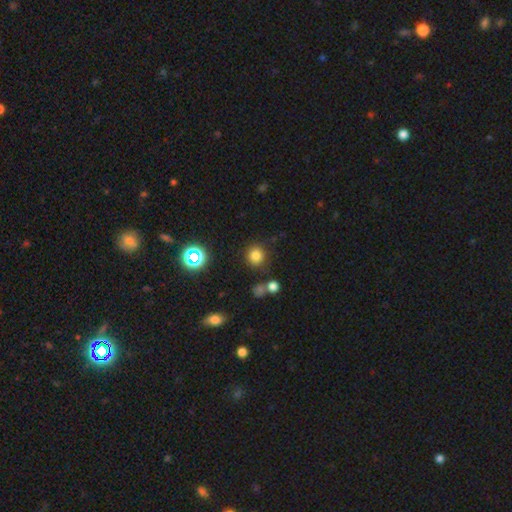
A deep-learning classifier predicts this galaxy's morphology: Smooth or featured? Predicted: smooth (p=0.77). How rounded? Predicted: round (p=0.90). Merging? Predicted: none (p=0.82).